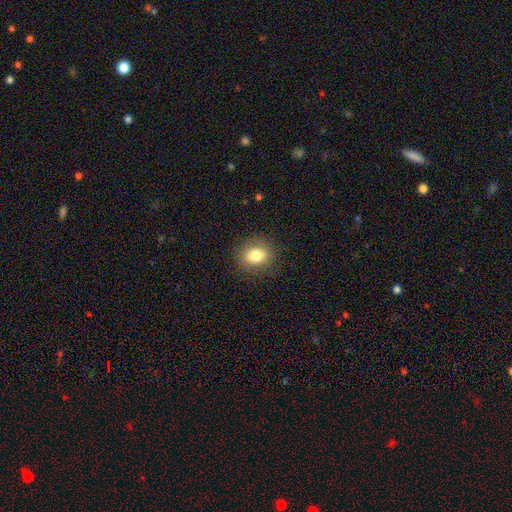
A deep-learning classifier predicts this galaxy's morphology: smooth_or_featured: smooth (p=0.81) [alt: star or artifact p=0.10]
how_rounded: round (p=0.59) [alt: in between p=0.40]
merging: none (p=0.87) [alt: minor disturbance p=0.09]